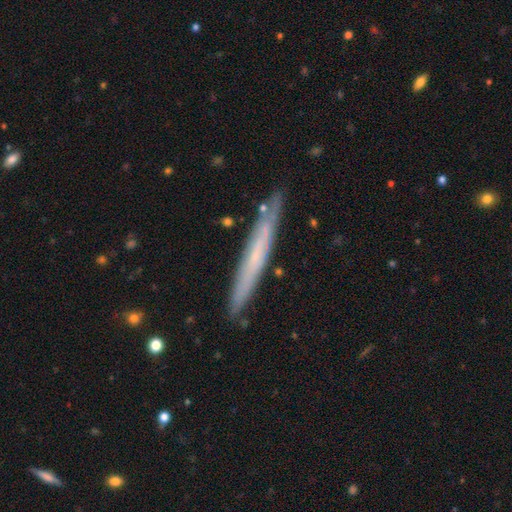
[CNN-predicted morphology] A featured or disk galaxy (52%) viewed edge-on (88%). Merging: none (85%).